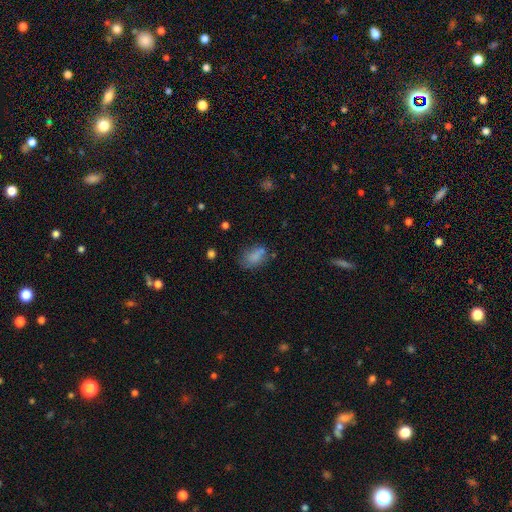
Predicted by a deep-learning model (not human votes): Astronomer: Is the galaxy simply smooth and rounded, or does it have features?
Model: smooth — 77%.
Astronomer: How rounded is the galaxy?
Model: in between — 83%.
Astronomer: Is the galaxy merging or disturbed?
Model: none — 52%.